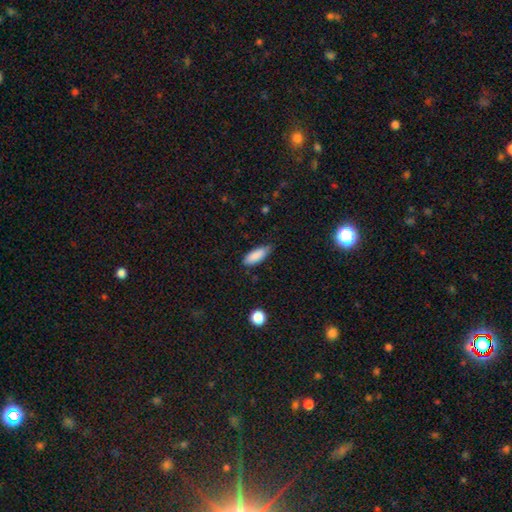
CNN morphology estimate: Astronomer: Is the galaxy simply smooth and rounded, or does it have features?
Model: smooth — 88%.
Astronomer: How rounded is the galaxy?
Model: in between — 75%.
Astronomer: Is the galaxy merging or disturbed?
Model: none — 69%.